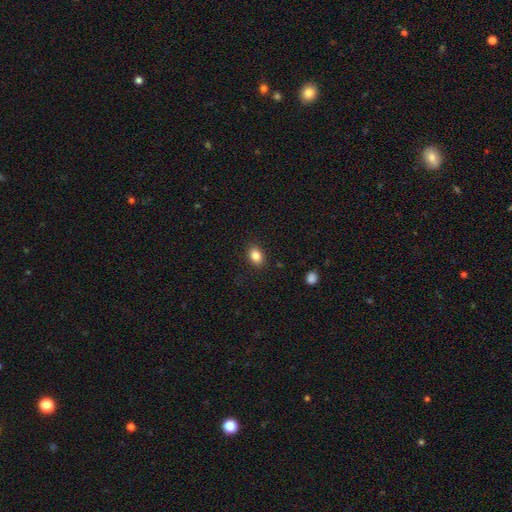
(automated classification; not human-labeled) smooth_or_featured: smooth (p=0.85) [alt: star or artifact p=0.09]
how_rounded: in between (p=0.78) [alt: round p=0.21]
merging: none (p=0.88) [alt: minor disturbance p=0.08]